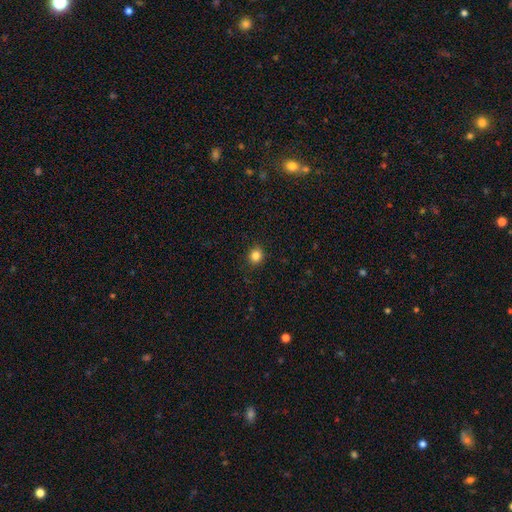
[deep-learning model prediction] Smooth or featured? smooth (84%)
How rounded? round (85%)
Merging? none (90%)